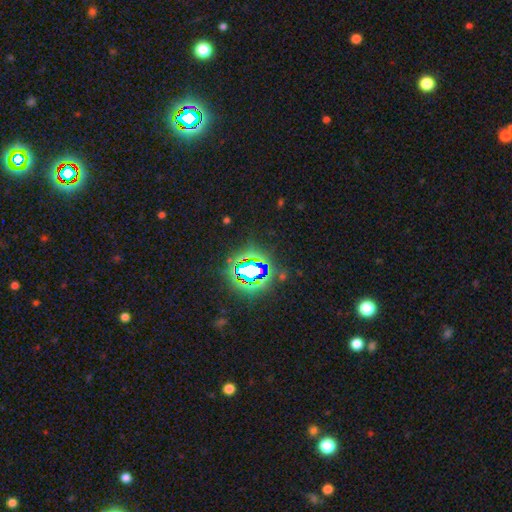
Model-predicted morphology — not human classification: This is likely a star or artifact rather than a galaxy (80%).